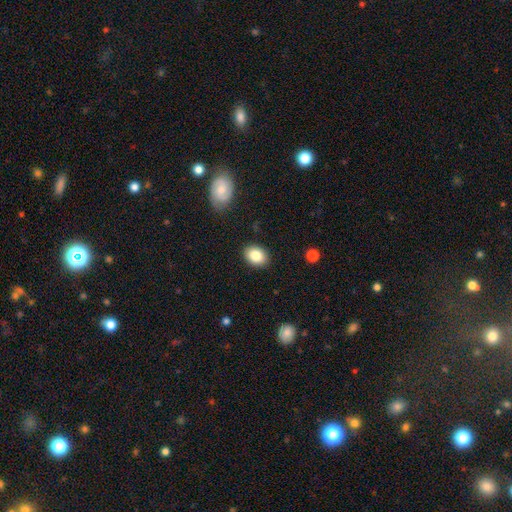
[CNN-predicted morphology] A smooth galaxy with no disk features (84%) that is in between round and cigar-shaped (68%).

Vote fractions:
- Smooth or featured? smooth: 84% / featured or disk: 8% / star or artifact: 8%
- How rounded? in between: 68% / round: 31% / cigar-shaped: 1%
- Merging? none: 88% / minor disturbance: 9% / major disturbance: 2% / merger: 1%